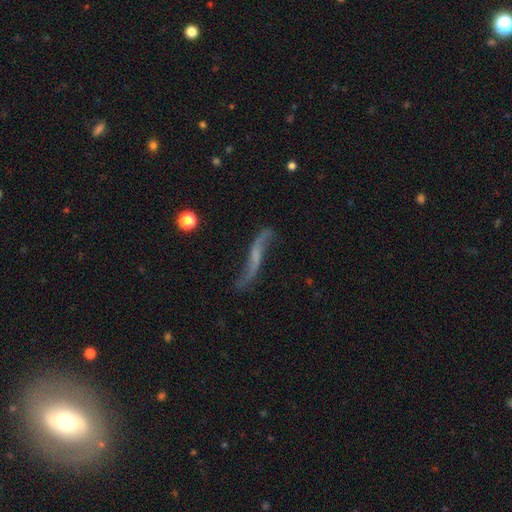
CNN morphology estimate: featured or disk 80%, smooth 12%, star or artifact 8%. Down the decision tree: edge-on disk — no (68%); bar — no (45%); spiral arms — yes (92%); spiral arm count — 2 (92%); spiral winding — loose (92%); bulge size — small (45%); merging — none (69%).